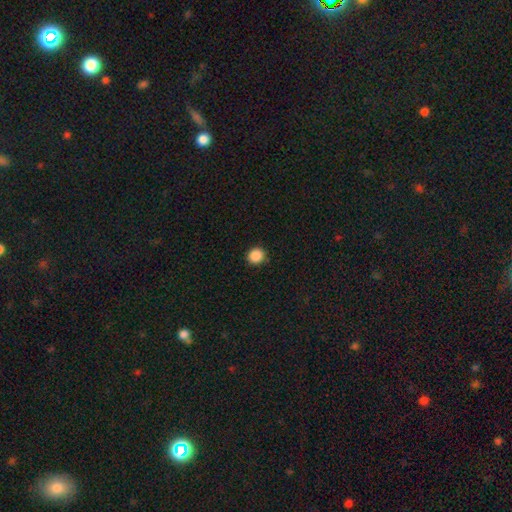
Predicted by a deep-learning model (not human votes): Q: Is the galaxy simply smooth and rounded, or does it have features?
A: smooth — 87%.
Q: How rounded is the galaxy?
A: round — 90%.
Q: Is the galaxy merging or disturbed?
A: none — 89%.